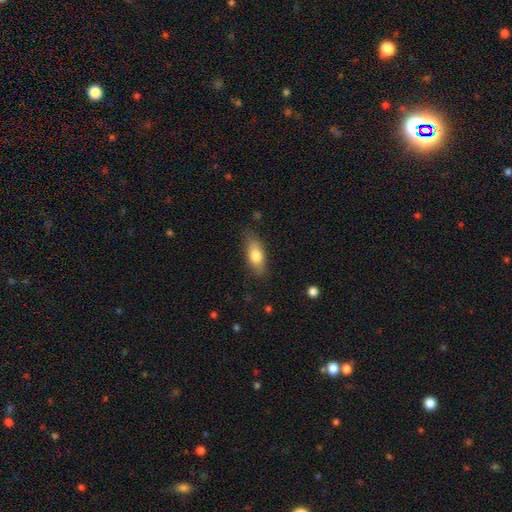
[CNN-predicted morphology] Smooth or featured: smooth — 75% (featured or disk — 18%)
How rounded: in between — 77% (cigar-shaped — 19%)
Merging: none — 78% (minor disturbance — 17%)